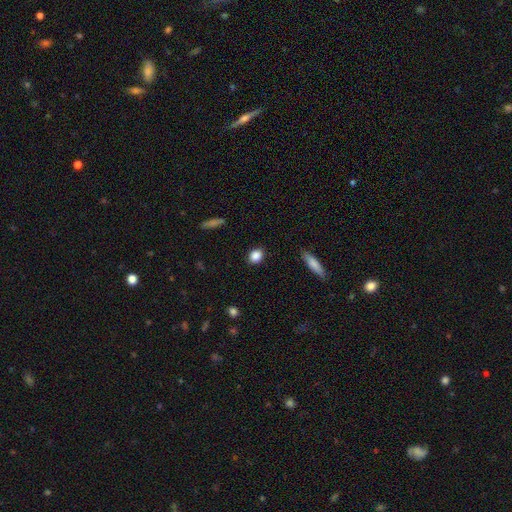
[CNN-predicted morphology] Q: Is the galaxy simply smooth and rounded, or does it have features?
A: smooth — 87%.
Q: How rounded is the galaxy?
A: round — 50%.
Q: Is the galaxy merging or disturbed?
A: none — 88%.